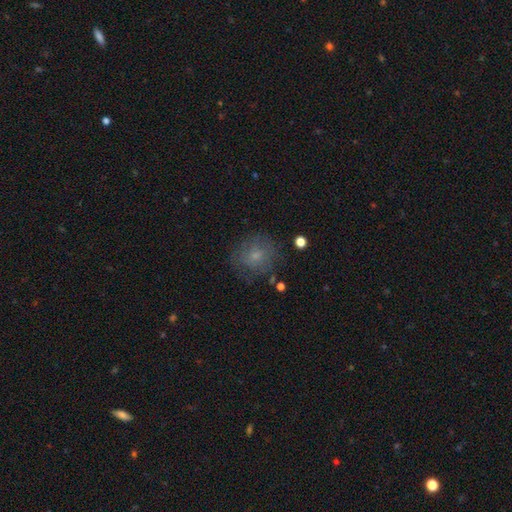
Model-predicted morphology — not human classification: This is possibly a smooth galaxy (59%). How rounded: clearly round (81%). Merging: likely none (71%).